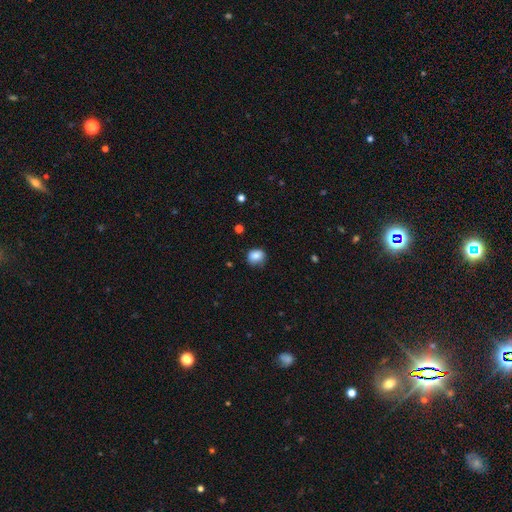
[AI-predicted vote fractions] Smooth or featured?
  - smooth: 83% *
  - star or artifact: 9%
  - featured or disk: 7%
How rounded?
  - round: 71% *
  - in between: 28%
  - cigar-shaped: 1%
Merging?
  - none: 71% *
  - minor disturbance: 23%
  - major disturbance: 5%
  - merger: 2%